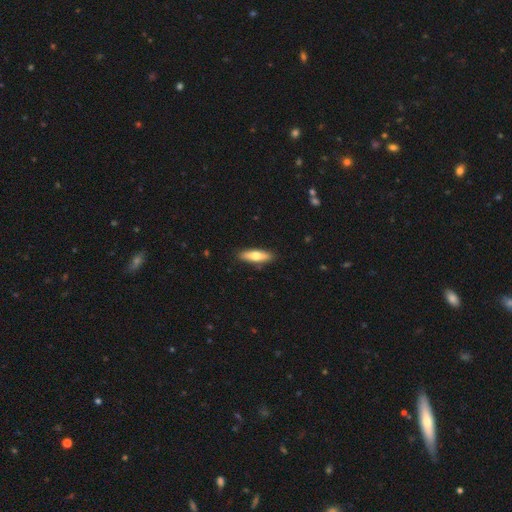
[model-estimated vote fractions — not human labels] A smooth galaxy with no disk features (62%) that is cigar-shaped (57%). Merging: none (89%).